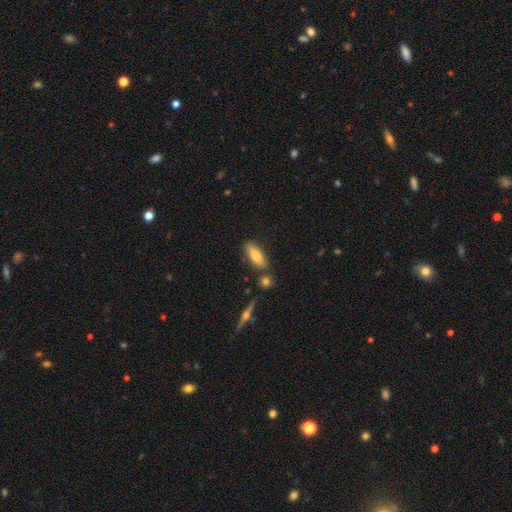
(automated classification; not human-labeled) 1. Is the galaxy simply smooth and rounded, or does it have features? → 74% smooth, 19% featured or disk, 7% star or artifact.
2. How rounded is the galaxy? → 63% in between, 34% cigar-shaped, 2% round.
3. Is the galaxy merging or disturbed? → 75% none, 13% minor disturbance, 9% merger, 3% major disturbance.